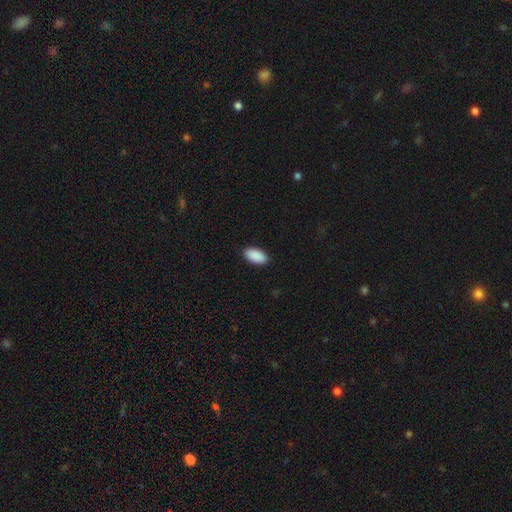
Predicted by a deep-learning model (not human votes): Smooth or featured? Predicted: smooth (p=0.91). How rounded? Predicted: in between (p=0.95). Merging? Predicted: none (p=0.90).